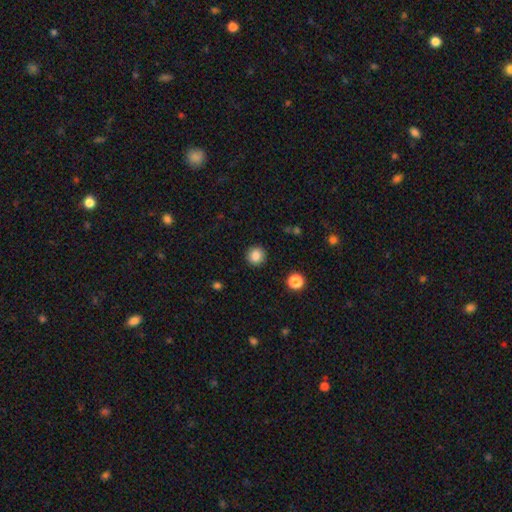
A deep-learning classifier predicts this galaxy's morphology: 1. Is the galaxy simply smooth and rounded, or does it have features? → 85% smooth, 11% star or artifact, 5% featured or disk.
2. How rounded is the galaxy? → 93% round, 6% in between, 1% cigar-shaped.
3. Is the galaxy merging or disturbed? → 91% none, 6% minor disturbance, 2% major disturbance, 1% merger.